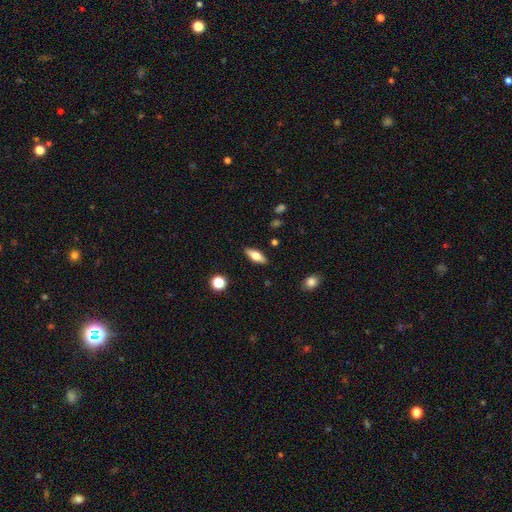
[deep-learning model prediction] Smooth or featured?
  - smooth: 58% *
  - featured or disk: 35%
  - star or artifact: 7%
How rounded?
  - in between: 67% *
  - cigar-shaped: 30%
  - round: 3%
Merging?
  - none: 88% *
  - minor disturbance: 9%
  - major disturbance: 2%
  - merger: 1%